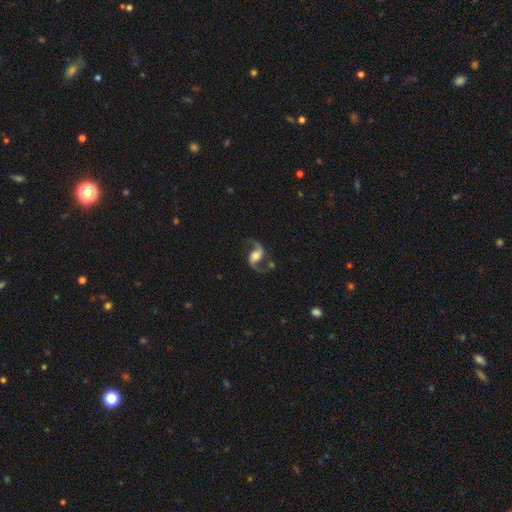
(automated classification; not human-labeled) Smooth or featured? featured or disk (90%)
Edge-on disk? no (98%)
Bar? no (40%)
Spiral arms? yes (97%)
Spiral winding? loose (70%)
Spiral arm count? 2 (94%)
Bulge size? moderate (57%)
Merging? none (77%)